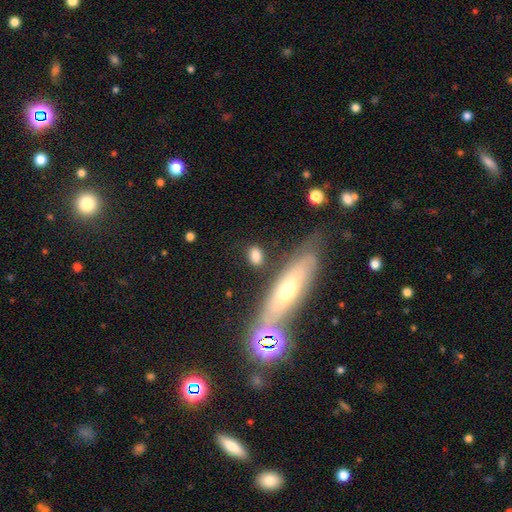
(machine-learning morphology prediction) smooth_or_featured: smooth (p=0.80) [alt: featured or disk p=0.13]
how_rounded: in between (p=0.72) [alt: round p=0.17]
merging: none (p=0.74) [alt: minor disturbance p=0.14]